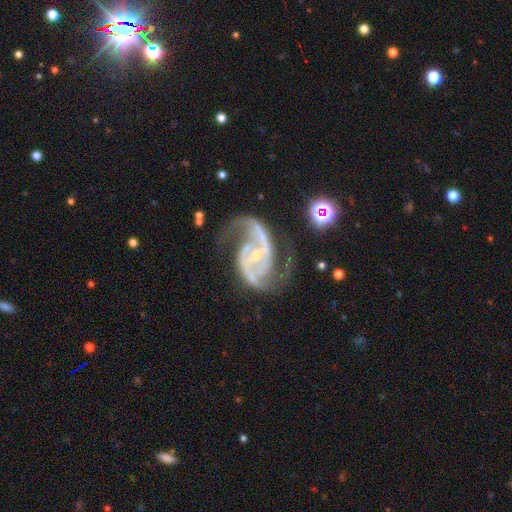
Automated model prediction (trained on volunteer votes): The model was most divided on "bar": no: 40%, weak: 39%, strong: 21%. More confident: spiral arms — yes (98%); edge-on disk — no (98%); smooth or featured — featured or disk (92%); spiral arm count — 2 (84%); bulge size — small (70%); merging — none (59%); spiral winding — medium (58%).